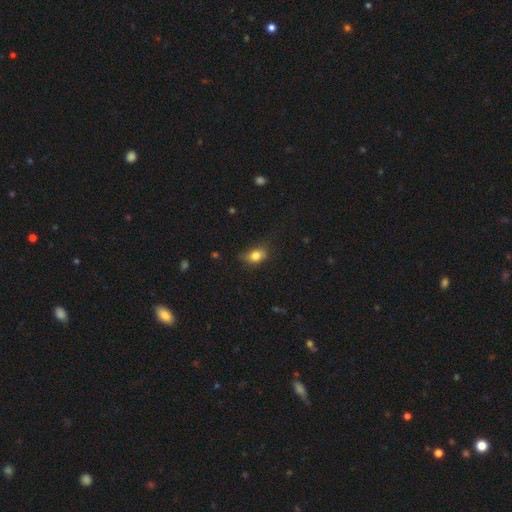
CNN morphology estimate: This is clearly a smooth galaxy (80%). How rounded: likely in between (73%). Merging: possibly none (59%).